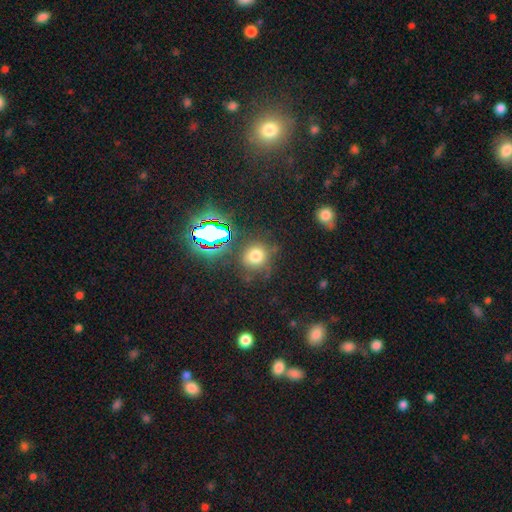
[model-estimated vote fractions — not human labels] The model was most divided on "smooth or featured": smooth: 64%, star or artifact: 27%, featured or disk: 9%. More confident: how rounded — round (83%); merging — none (73%).